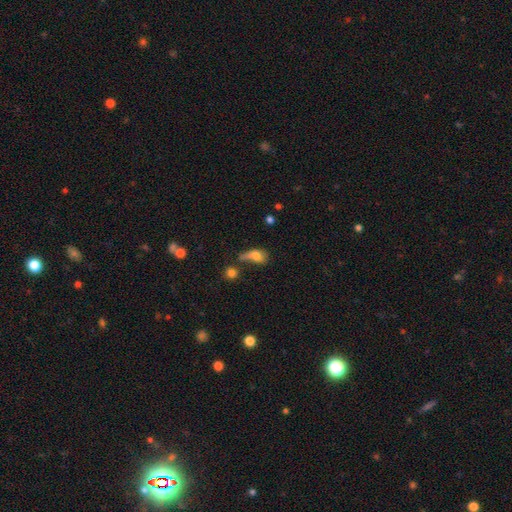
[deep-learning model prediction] Overall: smooth (70%). How rounded: in between (69%). Merging: major disturbance (27%; none 26%).